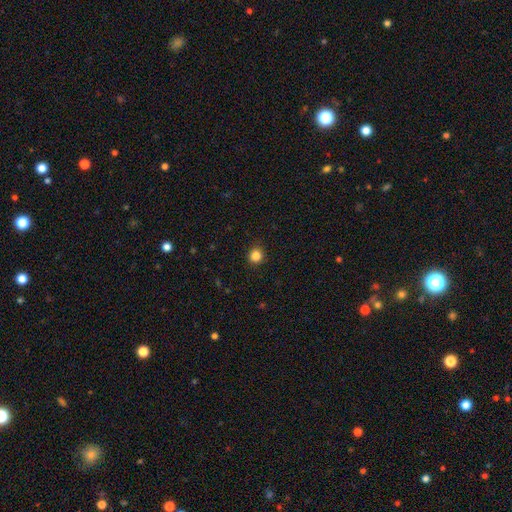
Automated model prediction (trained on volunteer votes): Smooth or featured?
  - smooth: 85% *
  - star or artifact: 12%
  - featured or disk: 3%
How rounded?
  - round: 90% *
  - in between: 9%
  - cigar-shaped: 1%
Merging?
  - none: 89% *
  - minor disturbance: 8%
  - major disturbance: 2%
  - merger: 1%